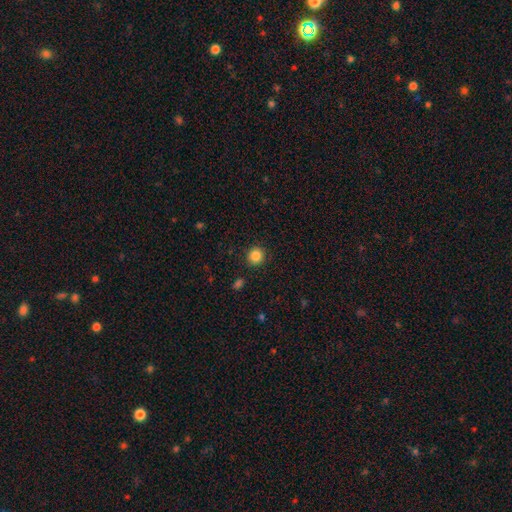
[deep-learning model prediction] This is clearly a smooth galaxy (86%). How rounded: clearly round (90%). Merging: clearly none (90%).